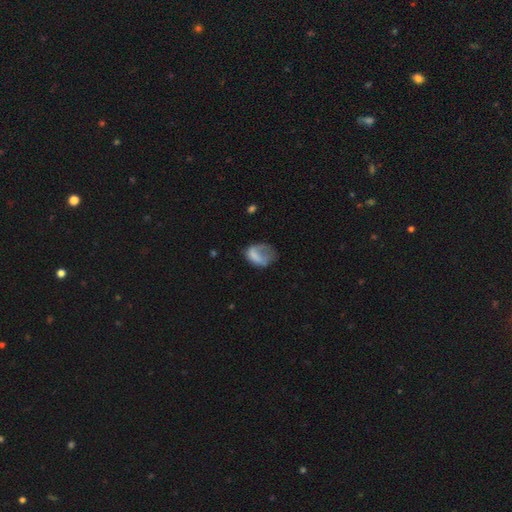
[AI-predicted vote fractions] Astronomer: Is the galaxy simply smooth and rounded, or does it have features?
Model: smooth — 63%.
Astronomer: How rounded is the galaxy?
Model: in between — 68%.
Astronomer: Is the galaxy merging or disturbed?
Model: major disturbance — 44% (runner-up: none, 28%).